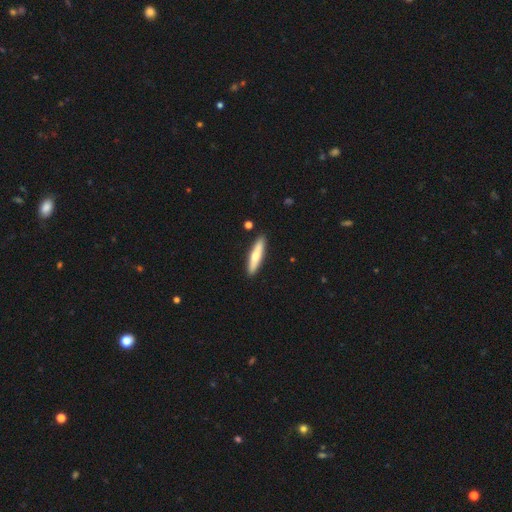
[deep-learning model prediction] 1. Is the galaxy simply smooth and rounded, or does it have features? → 61% smooth, 34% featured or disk, 5% star or artifact.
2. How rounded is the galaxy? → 85% cigar-shaped, 14% in between, 1% round.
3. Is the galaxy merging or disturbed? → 89% none, 7% minor disturbance, 2% merger, 2% major disturbance.